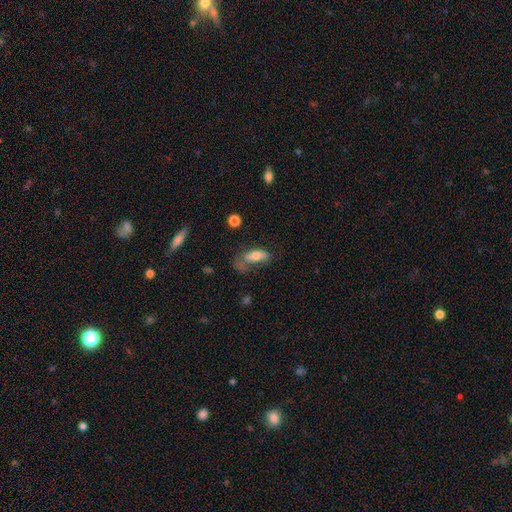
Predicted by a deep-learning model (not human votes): The model was most divided on "merging": major disturbance: 38%, none: 28%, minor disturbance: 25%, merger: 9%. More confident: how rounded — in between (80%); smooth or featured — smooth (68%).